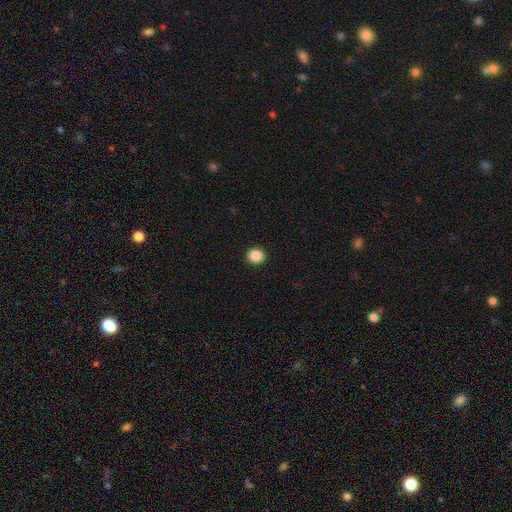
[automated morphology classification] smooth_or_featured: smooth (p=0.88) [alt: star or artifact p=0.09]
how_rounded: round (p=0.90) [alt: in between p=0.09]
merging: none (p=0.93) [alt: minor disturbance p=0.04]